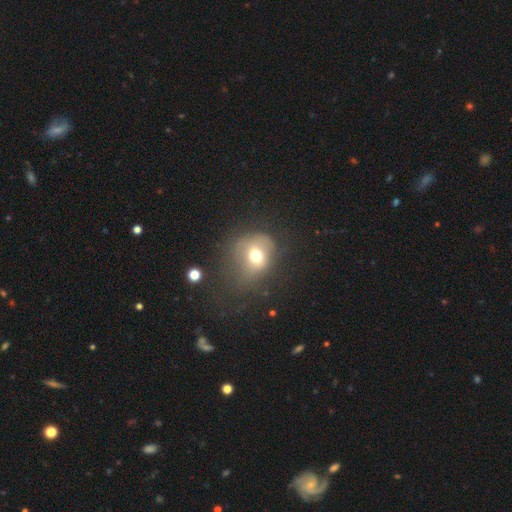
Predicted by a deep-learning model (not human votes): This is likely a smooth galaxy (65%). How rounded: likely round (66%). Merging: marginally none (40%).